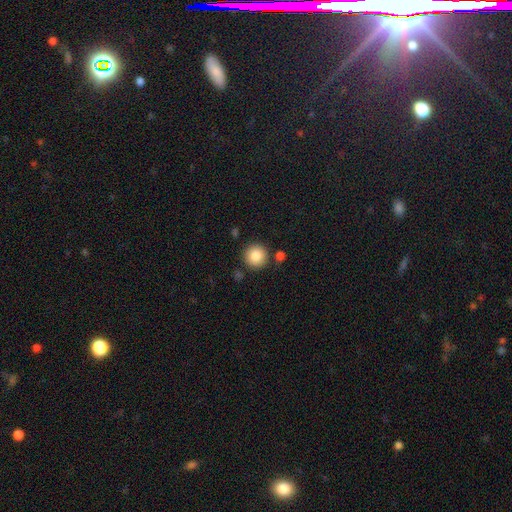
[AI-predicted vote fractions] smooth 86%, star or artifact 9%, featured or disk 5%. Down the decision tree: how rounded — round (95%); merging — none (85%).